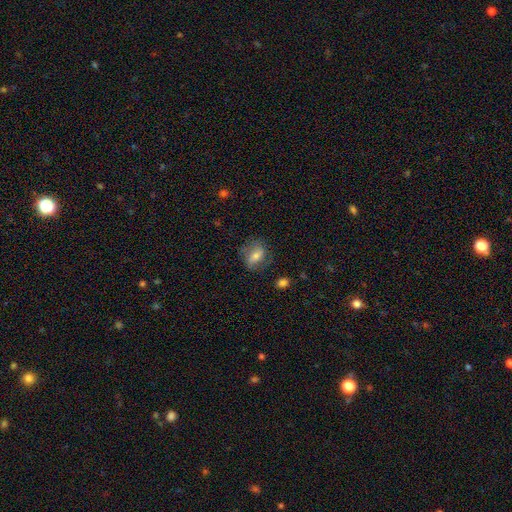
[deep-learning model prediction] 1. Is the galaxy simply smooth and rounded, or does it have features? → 55% smooth, 35% featured or disk, 9% star or artifact.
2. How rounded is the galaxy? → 68% in between, 28% round, 4% cigar-shaped.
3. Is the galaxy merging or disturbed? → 68% none, 21% minor disturbance, 10% major disturbance, 2% merger.